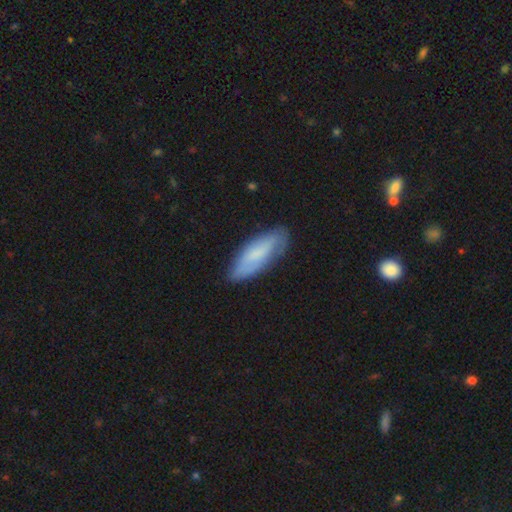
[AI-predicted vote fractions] Smooth or featured? smooth (62%)
How rounded? in between (62%)
Merging? none (74%)